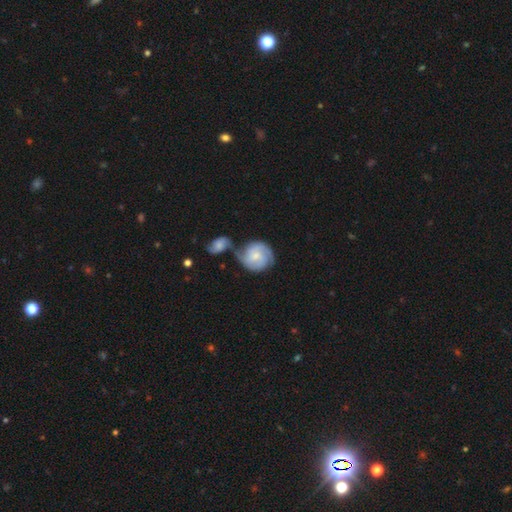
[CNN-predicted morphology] featured or disk 66%, smooth 29%, star or artifact 6%. Down the decision tree: edge-on disk — no (97%); bar — no (54%); spiral arms — yes (92%); spiral arm count — 2 (38%); spiral winding — tight (51%); bulge size — small (50%); merging — merger (43%).